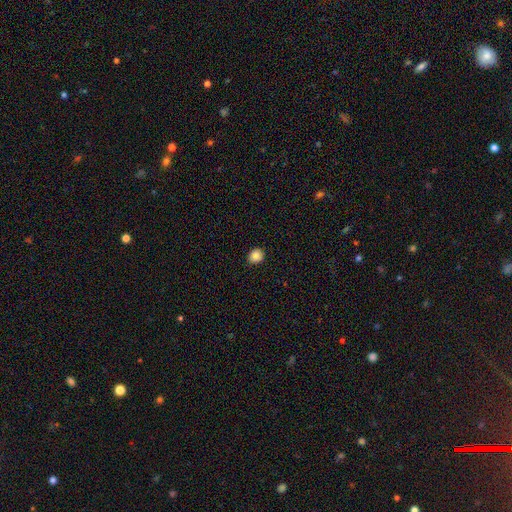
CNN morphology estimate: Smooth or featured: smooth — 83% (star or artifact — 10%)
How rounded: round — 79% (in between — 20%)
Merging: none — 89% (minor disturbance — 8%)